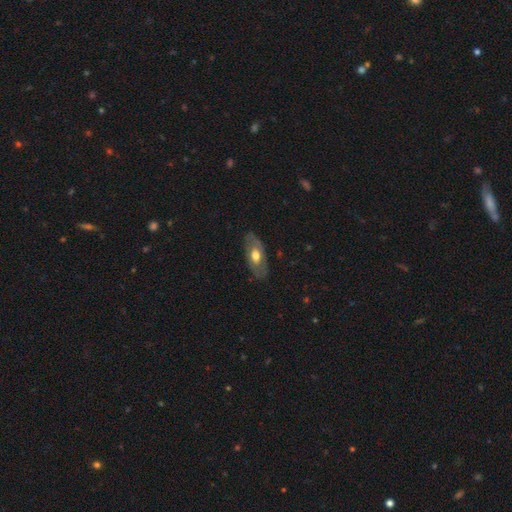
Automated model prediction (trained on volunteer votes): Smooth or featured: featured or disk — 51% (smooth — 44%)
Edge-on disk: no — 82% (yes — 18%)
Merging: none — 78% (minor disturbance — 17%)